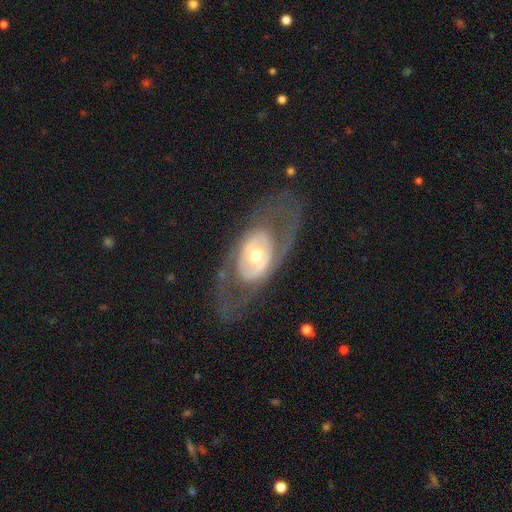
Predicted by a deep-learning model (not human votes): smooth_or_featured: featured or disk (p=0.75) [alt: smooth p=0.20]
disk_edge_on: no (p=0.90) [alt: yes p=0.10]
bar: no (p=0.71) [alt: weak p=0.19]
has_spiral_arms: no (p=0.59) [alt: yes p=0.41]
bulge_size: moderate (p=0.65) [alt: small p=0.20]
merging: none (p=0.69) [alt: major disturbance p=0.16]